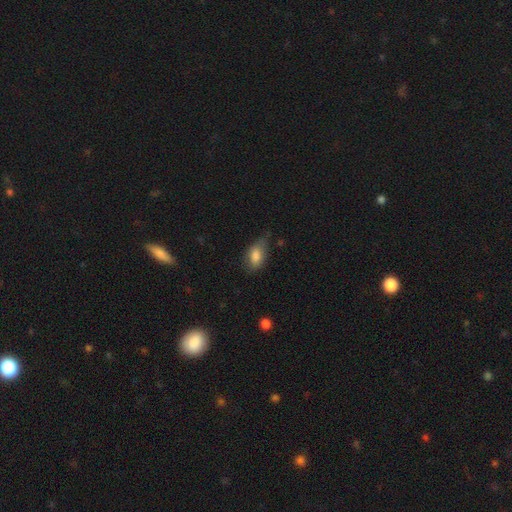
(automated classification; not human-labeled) This appears to be a smooth galaxy with no disk features (81%) that is in between round and cigar-shaped (88%). Merging: none (51%).